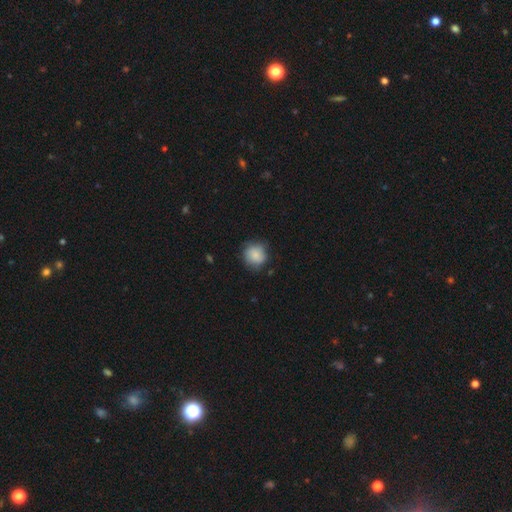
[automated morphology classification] This is clearly a smooth galaxy (83%). How rounded: clearly round (85%). Merging: likely none (71%).